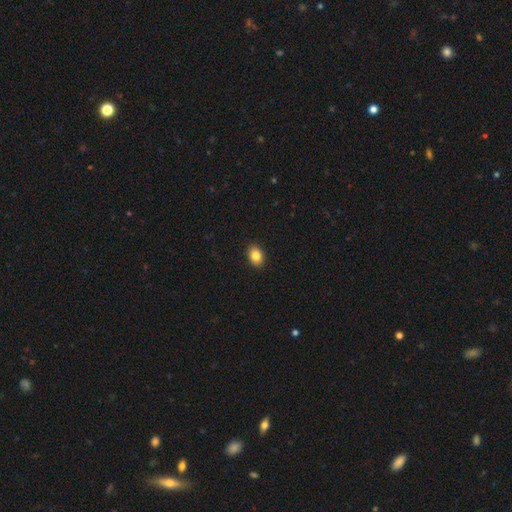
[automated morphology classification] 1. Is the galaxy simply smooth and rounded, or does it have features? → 85% smooth, 9% star or artifact, 7% featured or disk.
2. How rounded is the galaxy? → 73% in between, 25% round, 1% cigar-shaped.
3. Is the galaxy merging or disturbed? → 90% none, 7% minor disturbance, 2% major disturbance, 1% merger.